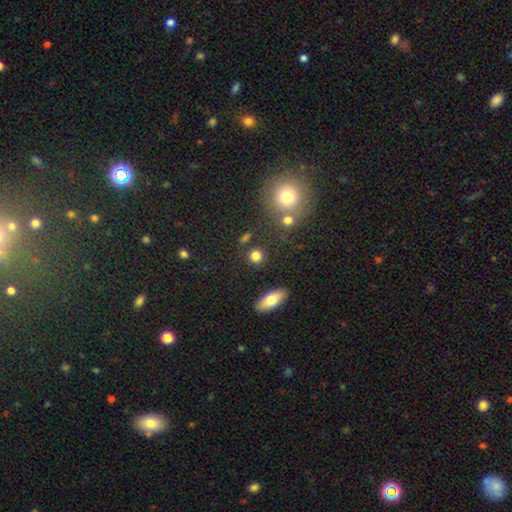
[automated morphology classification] smooth_or_featured: smooth (p=0.82) [alt: star or artifact p=0.11]
how_rounded: round (p=0.83) [alt: in between p=0.15]
merging: none (p=0.82) [alt: minor disturbance p=0.08]